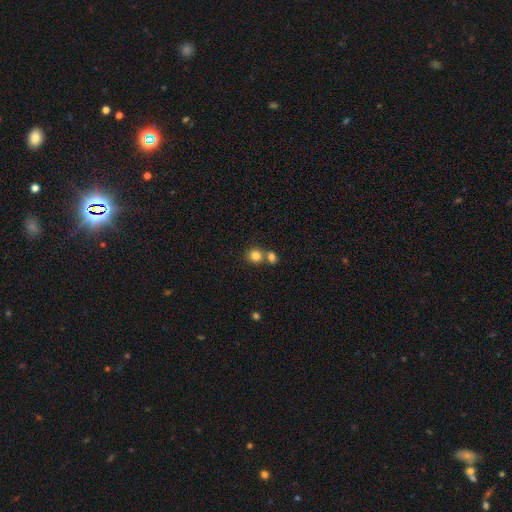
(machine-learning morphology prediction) smooth 82%, star or artifact 11%, featured or disk 7%. Down the decision tree: how rounded — round (84%); merging — none (52%).